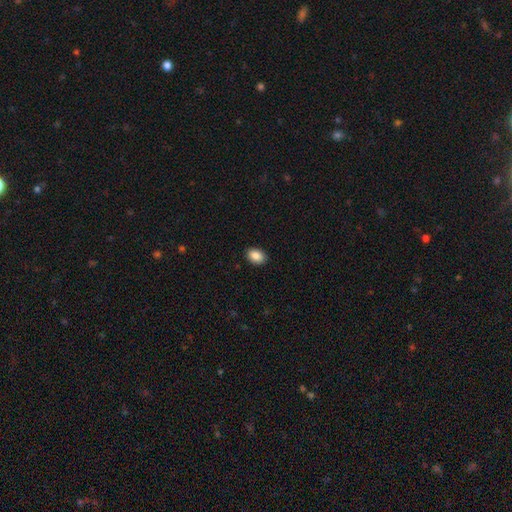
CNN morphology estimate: Overall: smooth (88%). How rounded: in between (80%). Merging: none (90%).